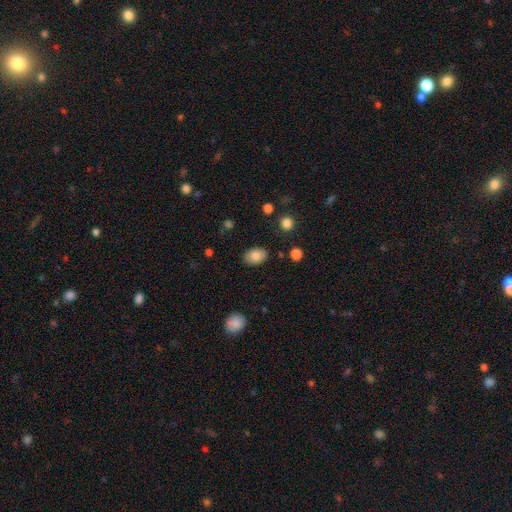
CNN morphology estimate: smooth_or_featured: smooth (p=0.84) [alt: star or artifact p=0.08]
how_rounded: in between (p=0.84) [alt: round p=0.15]
merging: none (p=0.83) [alt: minor disturbance p=0.12]